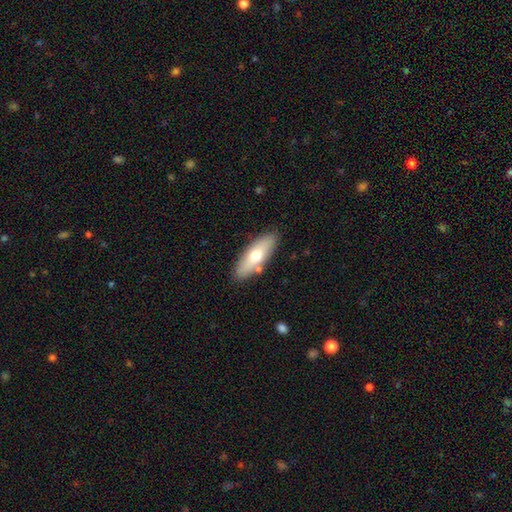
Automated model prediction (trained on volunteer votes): Smooth or featured? smooth (62%)
How rounded? in between (59%)
Merging? none (83%)